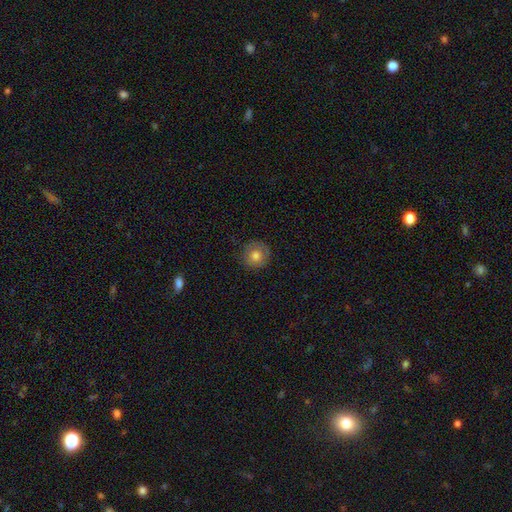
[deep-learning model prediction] smooth-or-featured: smooth: 76% | featured or disk: 15% | star or artifact: 9%
  how-rounded: round: 93% | in between: 6% | cigar-shaped: 1%
  merging: none: 84% | minor disturbance: 12% | major disturbance: 3% | merger: 1%